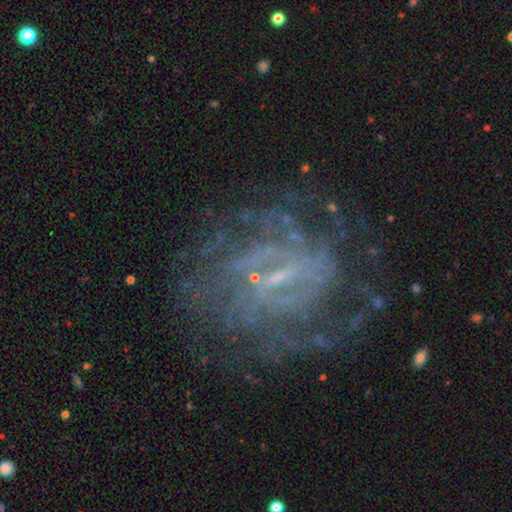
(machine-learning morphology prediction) Smooth or featured: featured or disk — 84% (star or artifact — 9%)
Edge-on disk: no — 97% (yes — 3%)
Bar: weak — 53% (strong — 28%)
Spiral arms: yes — 88% (no — 12%)
Spiral winding: tight — 52% (medium — 35%)
Spiral arm count: can't tell — 43% (2 — 17%)
Bulge size: small — 64% (none — 19%)
Merging: none — 63% (minor disturbance — 17%)